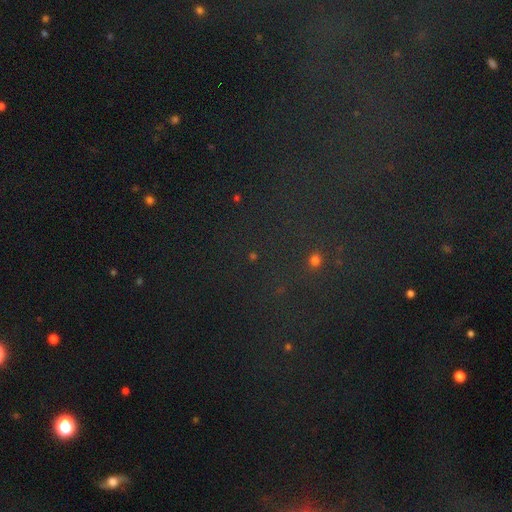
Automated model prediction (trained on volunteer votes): A star or artifact, not a galaxy (77%).

Vote fractions:
- Smooth or featured? star or artifact: 77% / smooth: 14% / featured or disk: 9%